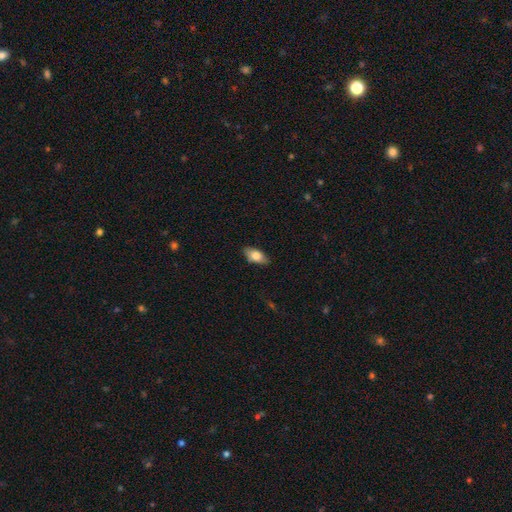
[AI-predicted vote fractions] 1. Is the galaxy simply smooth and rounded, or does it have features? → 76% smooth, 17% featured or disk, 7% star or artifact.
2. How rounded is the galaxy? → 87% in between, 9% cigar-shaped, 4% round.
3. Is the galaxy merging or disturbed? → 83% none, 13% minor disturbance, 2% major disturbance, 1% merger.